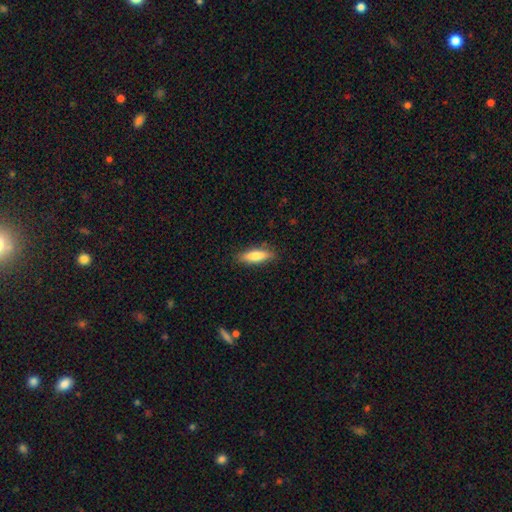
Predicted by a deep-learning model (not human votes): A smooth galaxy with no disk features (78%) that is cigar-shaped (54%).

Vote fractions:
- Smooth or featured? smooth: 78% / featured or disk: 16% / star or artifact: 6%
- How rounded? cigar-shaped: 54% / in between: 44% / round: 2%
- Merging? none: 86% / minor disturbance: 10% / major disturbance: 2% / merger: 1%